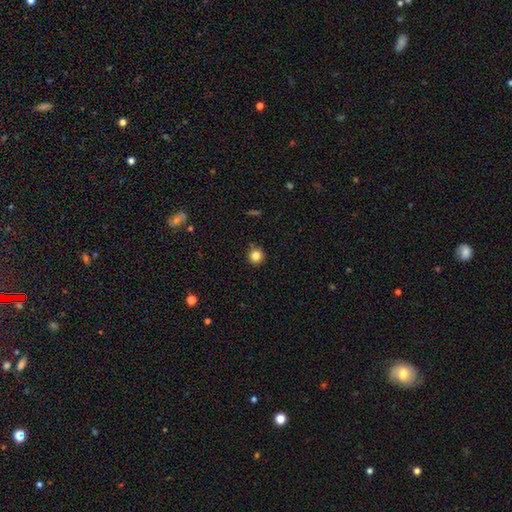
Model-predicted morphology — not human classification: Smooth or featured: smooth — 82% (star or artifact — 12%)
How rounded: round — 95% (in between — 4%)
Merging: none — 89% (minor disturbance — 8%)